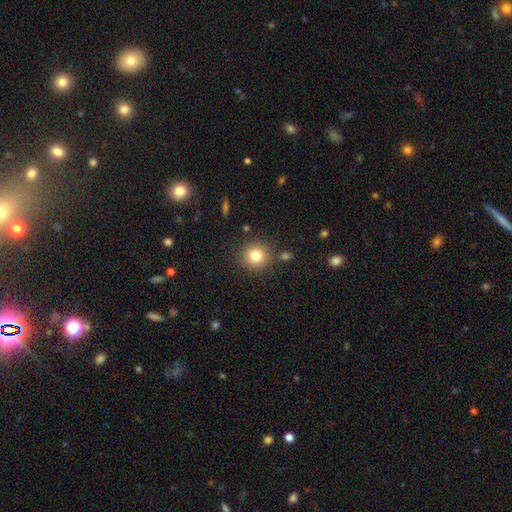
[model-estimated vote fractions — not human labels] smooth 81%, star or artifact 11%, featured or disk 8%. Down the decision tree: how rounded — round (92%); merging — none (86%).